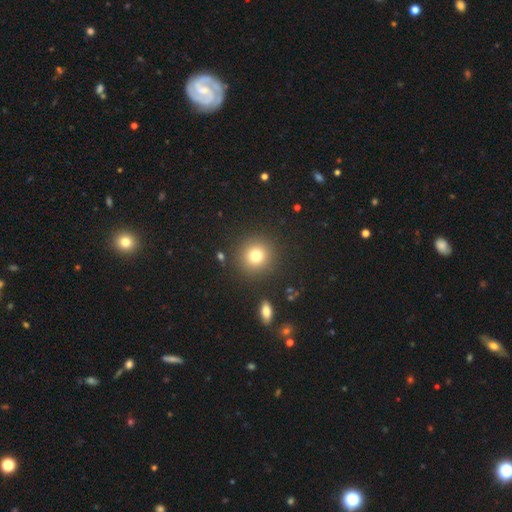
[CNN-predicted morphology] Smooth or featured? Predicted: smooth (p=0.77). How rounded? Predicted: round (p=0.92). Merging? Predicted: none (p=0.89).